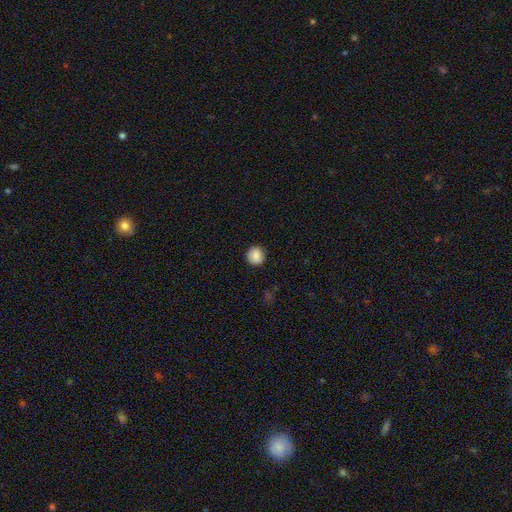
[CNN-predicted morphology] Smooth or featured?
  - smooth: 87% *
  - star or artifact: 8%
  - featured or disk: 5%
How rounded?
  - round: 92% *
  - in between: 7%
  - cigar-shaped: 1%
Merging?
  - none: 89% *
  - minor disturbance: 7%
  - major disturbance: 2%
  - merger: 1%